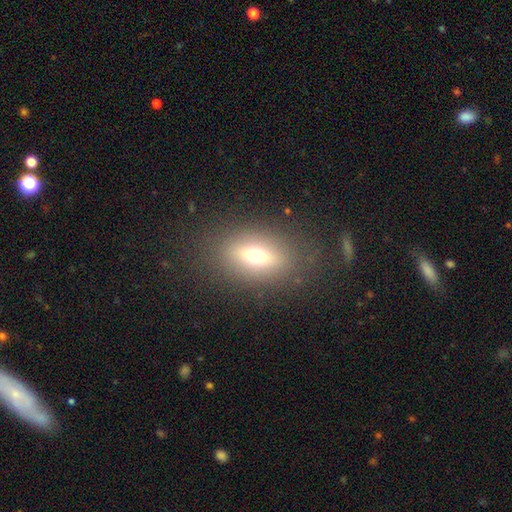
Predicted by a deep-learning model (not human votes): A smooth galaxy with no disk features (62%) that is in between round and cigar-shaped (76%). Merging: none (80%).